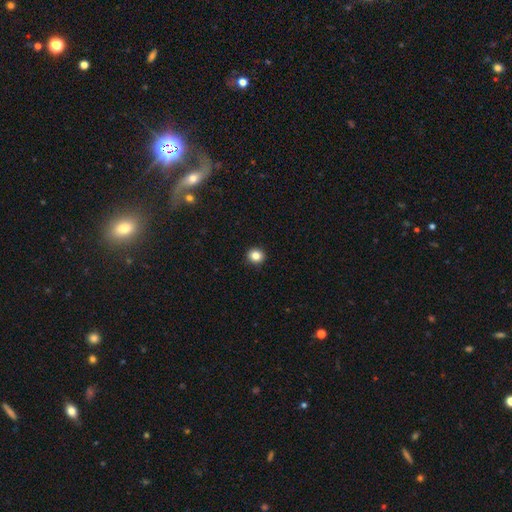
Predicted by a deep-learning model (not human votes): The model was most divided on "smooth or featured": smooth: 84%, star or artifact: 11%, featured or disk: 5%. More confident: merging — none (93%); how rounded — round (87%).